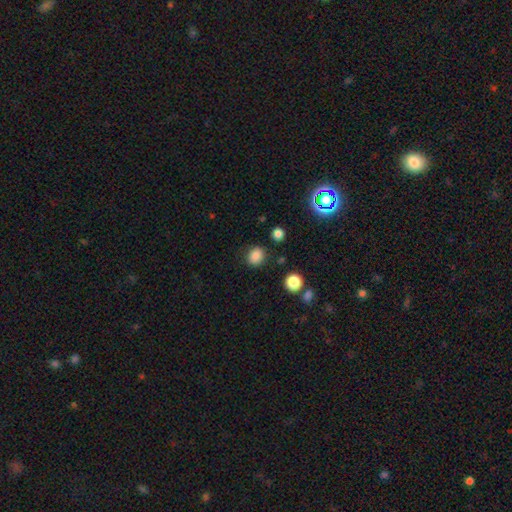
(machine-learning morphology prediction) smooth_or_featured: smooth (p=0.83) [alt: star or artifact p=0.12]
how_rounded: round (p=0.70) [alt: in between p=0.29]
merging: none (p=0.85) [alt: minor disturbance p=0.09]